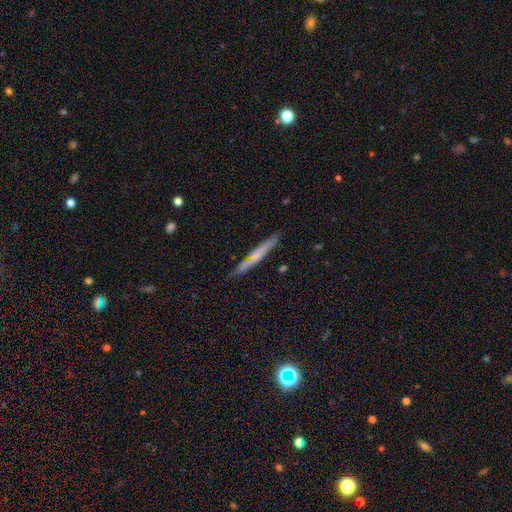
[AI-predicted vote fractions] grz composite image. It shows a featured or disk galaxy (49%). Merging: none (85%).